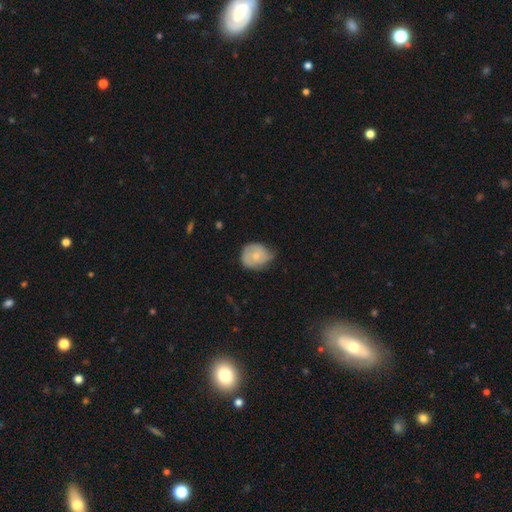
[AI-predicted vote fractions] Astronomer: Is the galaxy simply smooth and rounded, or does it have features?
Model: smooth — 64%.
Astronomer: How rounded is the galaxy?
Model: round — 68%.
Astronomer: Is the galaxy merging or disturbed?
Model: minor disturbance — 45% (runner-up: none, 41%).